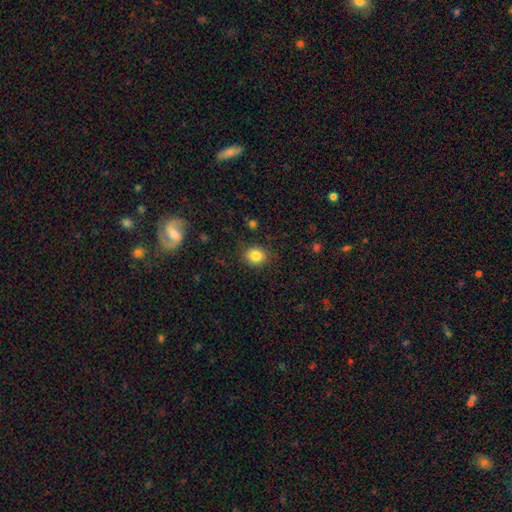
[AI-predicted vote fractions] smooth_or_featured: smooth (p=0.83) [alt: star or artifact p=0.11]
how_rounded: round (p=0.71) [alt: in between p=0.28]
merging: none (p=0.86) [alt: minor disturbance p=0.10]